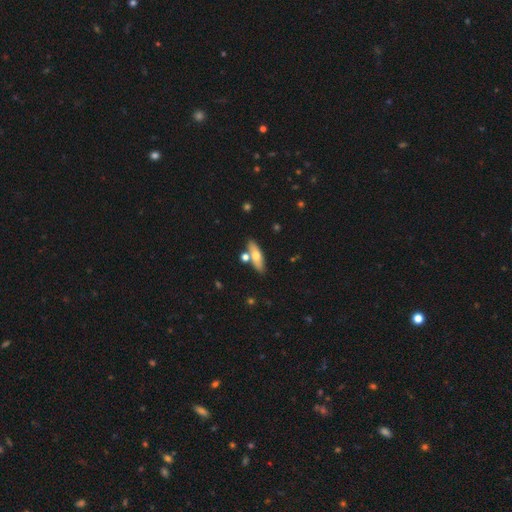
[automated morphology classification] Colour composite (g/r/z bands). It shows a smooth galaxy with no disk features (58%) that is in between round and cigar-shaped (48%, tied with cigar-shaped). Merging: none (76%).